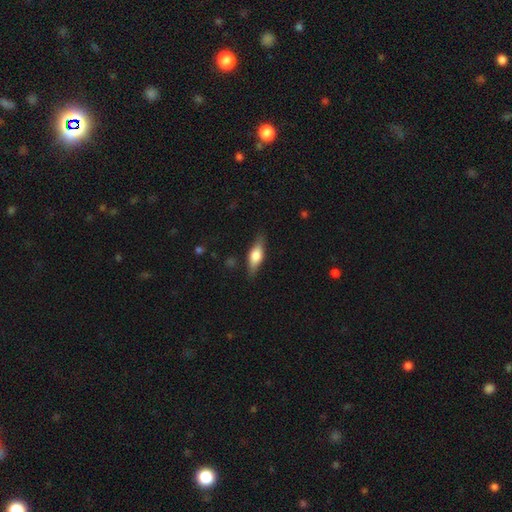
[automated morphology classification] Smooth or featured? Predicted: smooth (p=0.52). How rounded? Predicted: in between (p=0.55). Merging? Predicted: none (p=0.83).